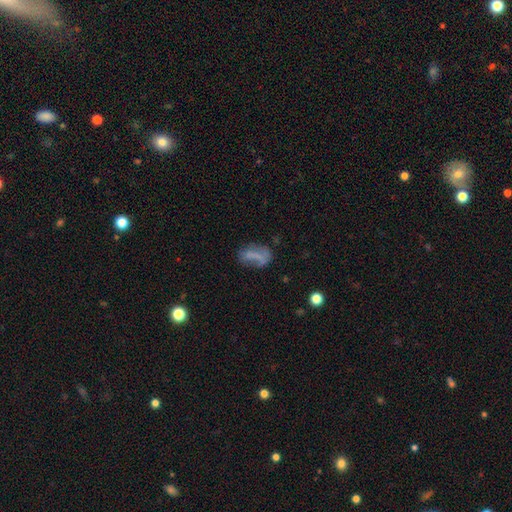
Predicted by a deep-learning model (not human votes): Morphology: type=smooth (53%); roundness=in between (82%); merging=none (44%).